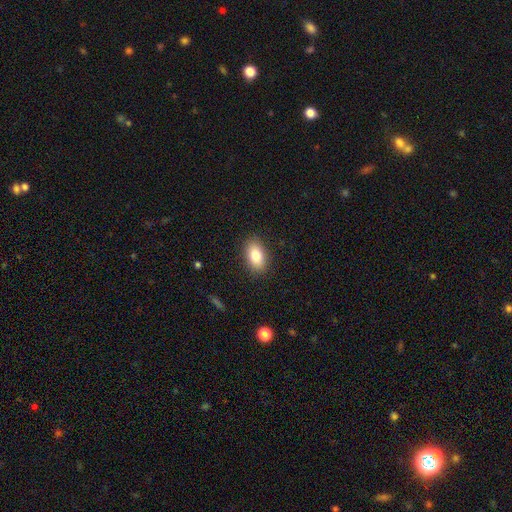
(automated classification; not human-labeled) Morphology: type=smooth (81%); roundness=in between (88%); merging=none (88%).